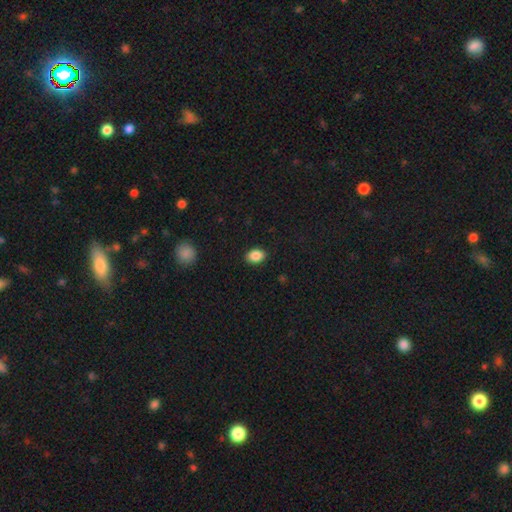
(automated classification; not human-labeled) A smooth galaxy with no disk features (88%) that is in between round and cigar-shaped (71%).

Vote fractions:
- Smooth or featured? smooth: 88% / star or artifact: 8% / featured or disk: 4%
- How rounded? in between: 71% / round: 28% / cigar-shaped: 1%
- Merging? none: 89% / minor disturbance: 8% / major disturbance: 2% / merger: 1%